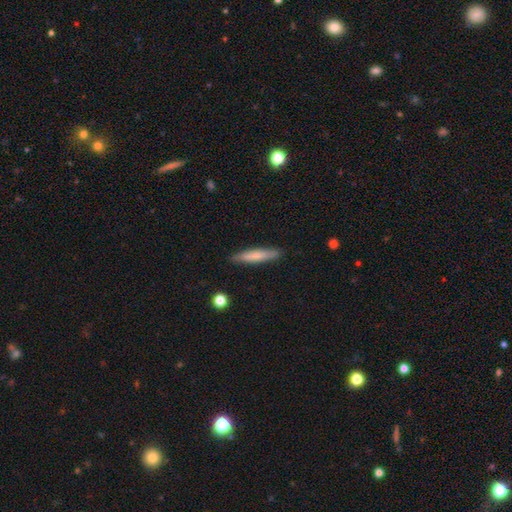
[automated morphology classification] Smooth or featured?
  - smooth: 71% *
  - featured or disk: 23%
  - star or artifact: 6%
How rounded?
  - cigar-shaped: 91% *
  - in between: 8%
  - round: 1%
Merging?
  - none: 89% *
  - minor disturbance: 8%
  - major disturbance: 2%
  - merger: 1%